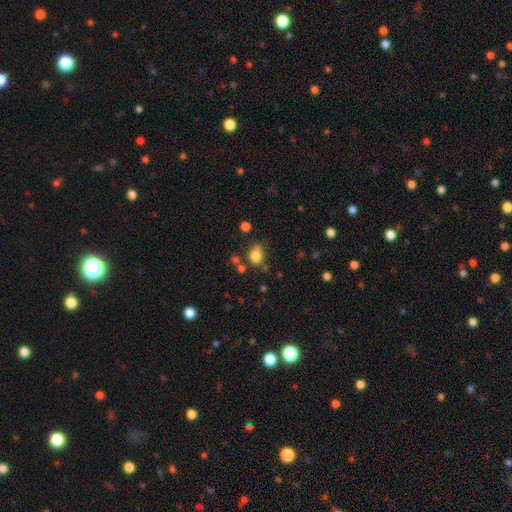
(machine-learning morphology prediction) smooth_or_featured: smooth (p=0.80) [alt: star or artifact p=0.12]
how_rounded: round (p=0.57) [alt: in between p=0.42]
merging: none (p=0.59) [alt: minor disturbance p=0.22]